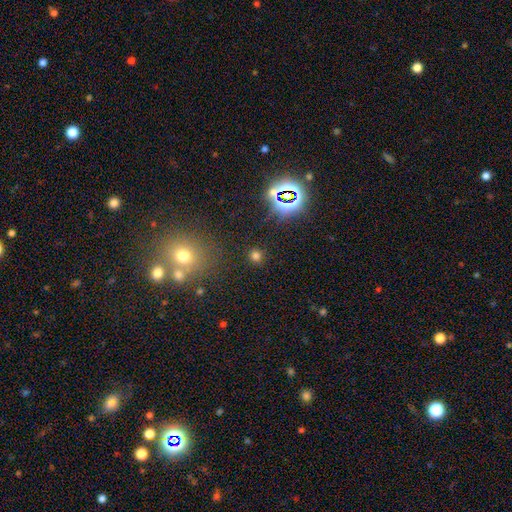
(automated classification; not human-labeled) Morphology: type=smooth (70%); roundness=round (89%); merging=none (88%).